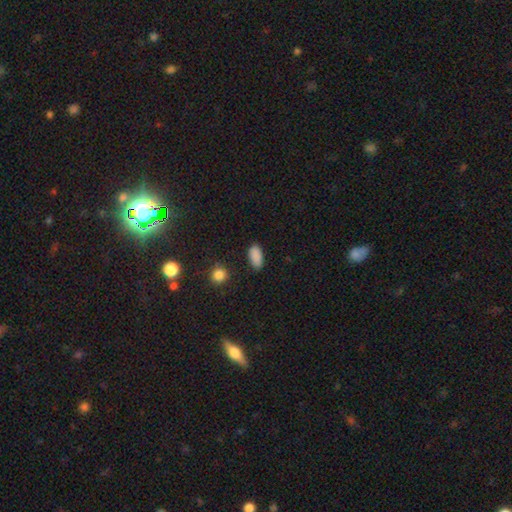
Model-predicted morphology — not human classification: This appears to be a smooth galaxy with no disk features (87%) that is in between round and cigar-shaped (89%). Merging: none (82%).